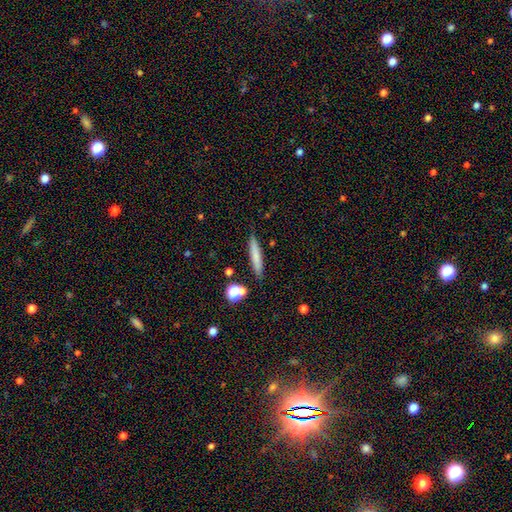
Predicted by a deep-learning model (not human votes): Smooth or featured?
  - smooth: 73% *
  - featured or disk: 19%
  - star or artifact: 8%
How rounded?
  - cigar-shaped: 92% *
  - in between: 7%
  - round: 2%
Merging?
  - none: 86% *
  - minor disturbance: 9%
  - merger: 3%
  - major disturbance: 2%